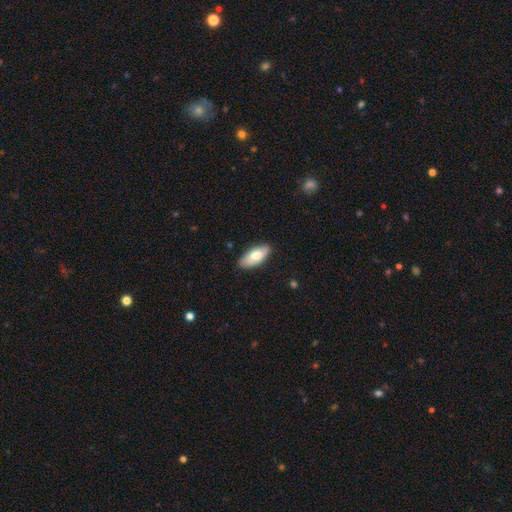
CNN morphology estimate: Smooth or featured: smooth — 76% (featured or disk — 18%)
How rounded: in between — 86% (cigar-shaped — 12%)
Merging: none — 83% (minor disturbance — 14%)